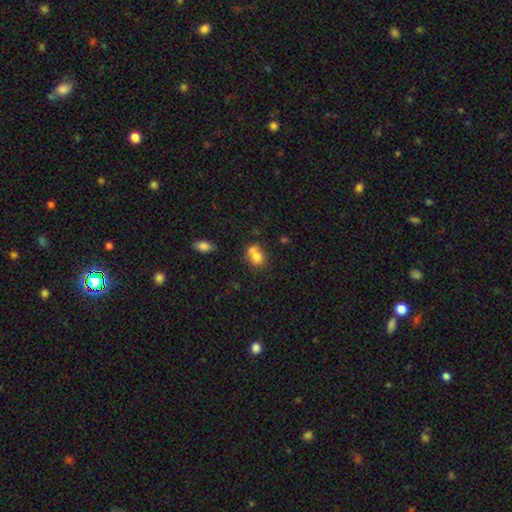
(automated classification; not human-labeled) Q: Smooth or featured?
A: smooth (74%); runner-up: featured or disk (16%)
Q: How rounded?
A: round (65%); runner-up: in between (34%)
Q: Merging?
A: merger (52%); runner-up: none (33%)